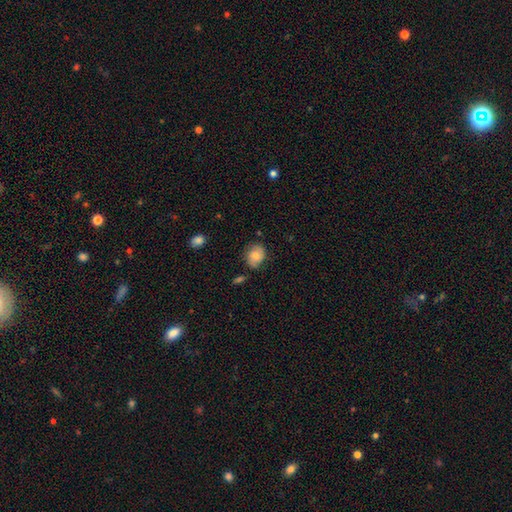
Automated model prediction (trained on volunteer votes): smooth_or_featured: smooth (p=0.57) [alt: featured or disk p=0.34]
how_rounded: round (p=0.52) [alt: in between p=0.46]
merging: none (p=0.69) [alt: minor disturbance p=0.22]